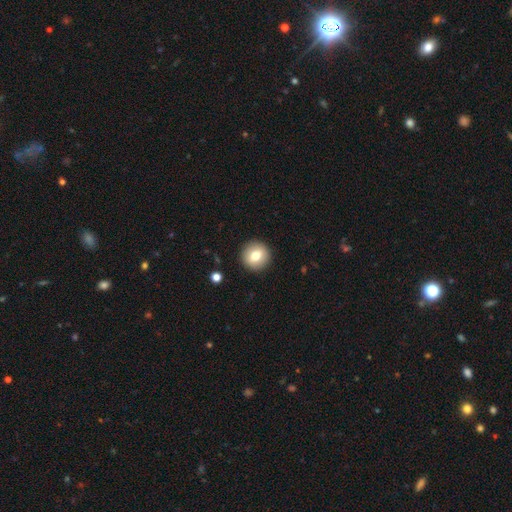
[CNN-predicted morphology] smooth_or_featured: smooth (p=0.76) [alt: featured or disk p=0.16]
how_rounded: round (p=0.94) [alt: in between p=0.05]
merging: none (p=0.92) [alt: minor disturbance p=0.05]